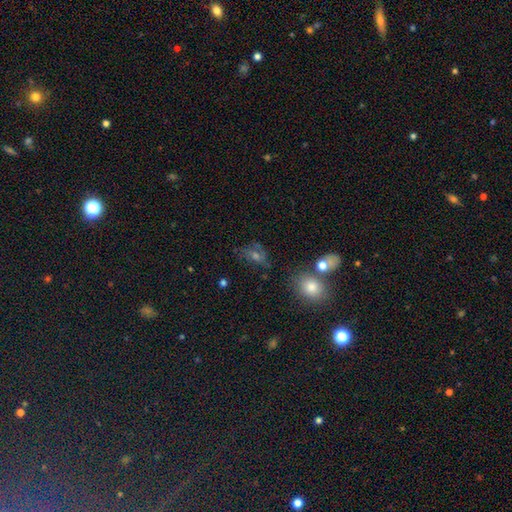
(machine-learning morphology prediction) A smooth galaxy with no disk features (43%).

Vote fractions:
- Smooth or featured? smooth: 43% / featured or disk: 30% / star or artifact: 27%
- Merging? none: 59% / minor disturbance: 21% / major disturbance: 13% / merger: 7%